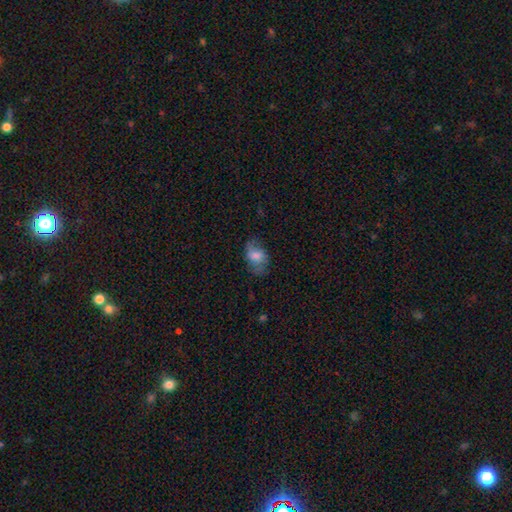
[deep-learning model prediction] Smooth or featured?
  - smooth: 64% *
  - featured or disk: 28%
  - star or artifact: 9%
How rounded?
  - in between: 84% *
  - round: 14%
  - cigar-shaped: 2%
Merging?
  - none: 57% *
  - minor disturbance: 27%
  - major disturbance: 14%
  - merger: 2%